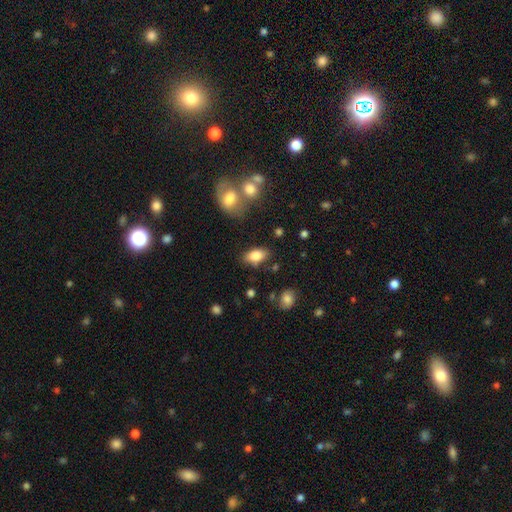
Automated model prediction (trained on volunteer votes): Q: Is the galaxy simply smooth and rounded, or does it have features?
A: smooth — 83%.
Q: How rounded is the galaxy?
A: in between — 91%.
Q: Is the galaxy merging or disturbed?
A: none — 79%.